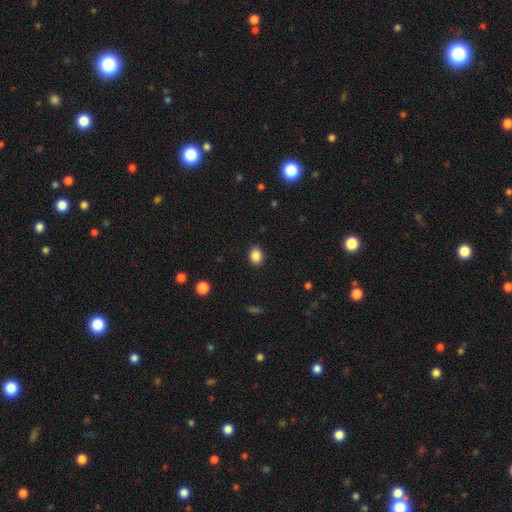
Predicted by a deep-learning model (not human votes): smooth-or-featured: smooth: 86% | star or artifact: 10% | featured or disk: 4%
  how-rounded: in between: 50% | round: 49% | cigar-shaped: 1%
  merging: none: 90% | minor disturbance: 7% | major disturbance: 2% | merger: 1%